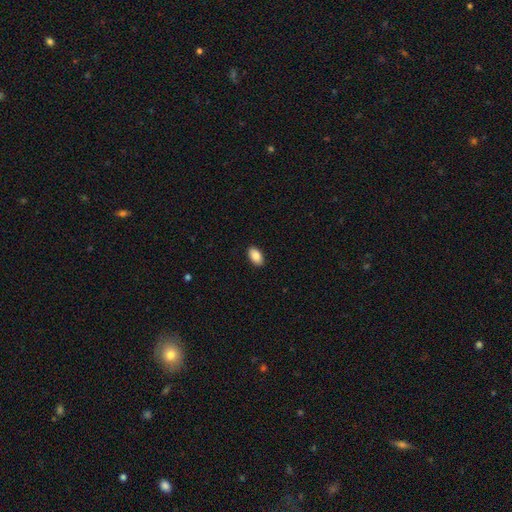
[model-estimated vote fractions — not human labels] Smooth or featured: smooth — 88% (star or artifact — 7%)
How rounded: in between — 94% (round — 4%)
Merging: none — 90% (minor disturbance — 7%)